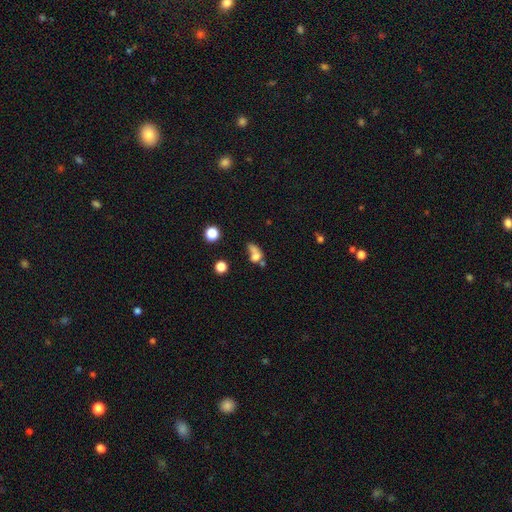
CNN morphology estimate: This is likely a smooth galaxy (64%). How rounded: possibly in between (59%). Merging: marginally merger (40%).